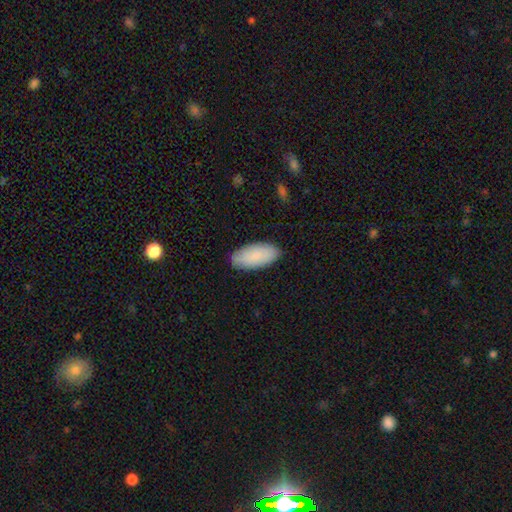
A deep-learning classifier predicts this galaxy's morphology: Smooth or featured?
  - smooth: 89% *
  - featured or disk: 6%
  - star or artifact: 6%
How rounded?
  - in between: 91% *
  - cigar-shaped: 8%
  - round: 2%
Merging?
  - none: 87% *
  - minor disturbance: 10%
  - major disturbance: 2%
  - merger: 1%